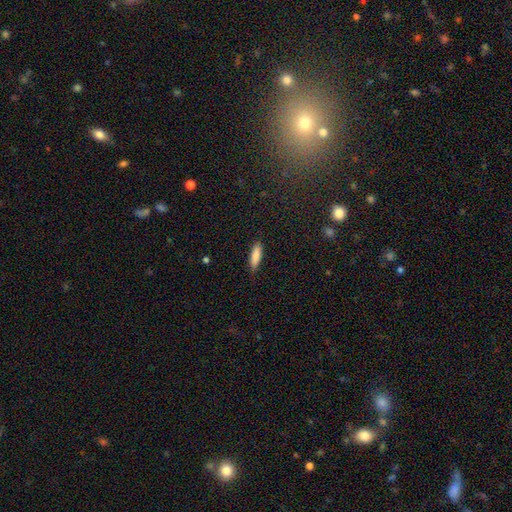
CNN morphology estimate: Smooth or featured: smooth — 85% (featured or disk — 9%)
How rounded: cigar-shaped — 65% (in between — 34%)
Merging: none — 85% (minor disturbance — 12%)